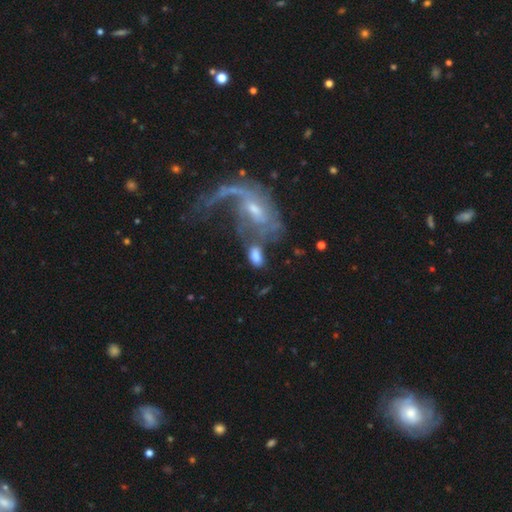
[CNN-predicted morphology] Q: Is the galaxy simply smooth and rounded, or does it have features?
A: smooth — 65%.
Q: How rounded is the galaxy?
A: in between — 90%.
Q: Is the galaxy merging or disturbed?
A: none — 35%.